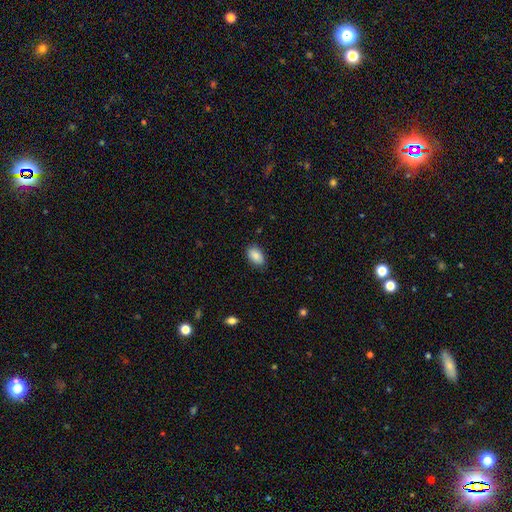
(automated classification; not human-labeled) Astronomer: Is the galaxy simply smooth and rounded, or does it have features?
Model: smooth — 89%.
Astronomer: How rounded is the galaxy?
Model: in between — 92%.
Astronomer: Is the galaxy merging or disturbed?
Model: none — 86%.